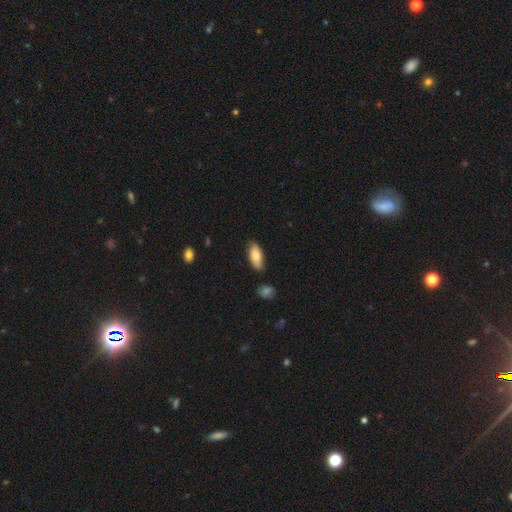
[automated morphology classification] A smooth galaxy with no disk features (82%) that is in between round and cigar-shaped (83%).

Vote fractions:
- Smooth or featured? smooth: 82% / featured or disk: 11% / star or artifact: 6%
- How rounded? in between: 83% / cigar-shaped: 15% / round: 2%
- Merging? none: 78% / minor disturbance: 16% / merger: 3% / major disturbance: 3%